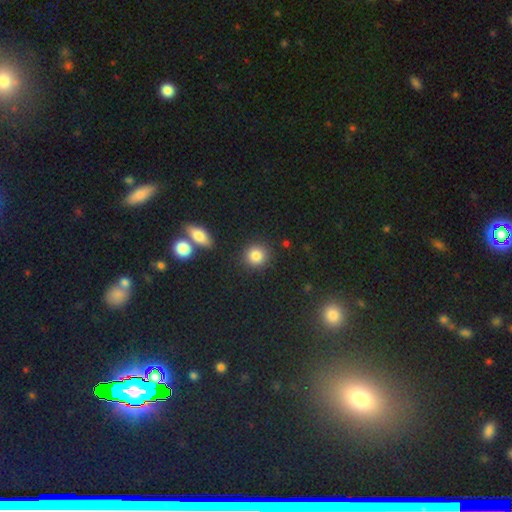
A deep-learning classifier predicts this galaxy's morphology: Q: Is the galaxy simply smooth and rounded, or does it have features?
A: smooth — 84%.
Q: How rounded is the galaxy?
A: round — 88%.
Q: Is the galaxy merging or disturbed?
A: none — 87%.